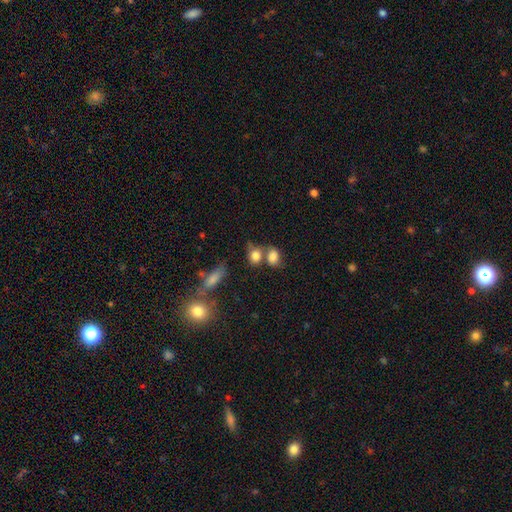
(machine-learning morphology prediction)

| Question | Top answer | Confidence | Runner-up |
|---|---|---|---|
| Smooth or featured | smooth | 81% | star or artifact (10%) |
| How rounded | in between | 54% | round (43%) |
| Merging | none | 41% | merger (40%) |